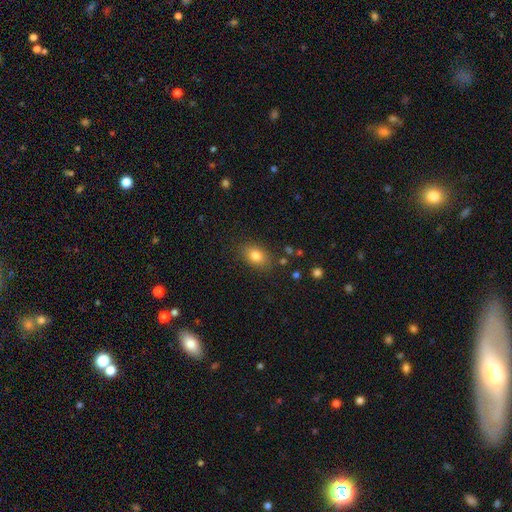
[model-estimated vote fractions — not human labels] smooth 82%, star or artifact 10%, featured or disk 8%. Down the decision tree: how rounded — in between (75%); merging — none (83%).